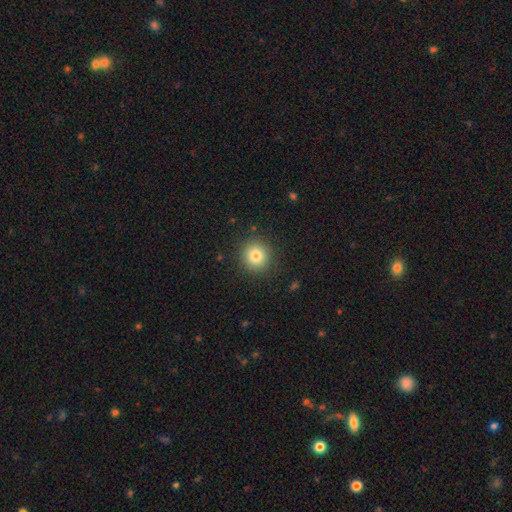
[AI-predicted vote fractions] A smooth galaxy with no disk features (80%) that is round (92%).

Vote fractions:
- Smooth or featured? smooth: 80% / star or artifact: 11% / featured or disk: 8%
- How rounded? round: 92% / in between: 7% / cigar-shaped: 1%
- Merging? none: 89% / minor disturbance: 7% / major disturbance: 3% / merger: 1%